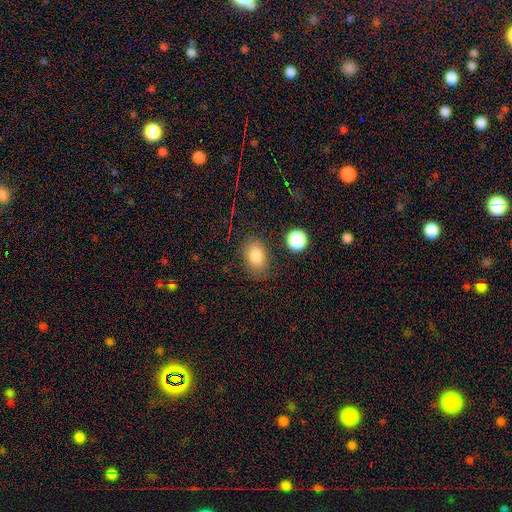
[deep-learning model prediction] smooth-or-featured: smooth: 82% | star or artifact: 10% | featured or disk: 8%
  how-rounded: in between: 72% | round: 27% | cigar-shaped: 1%
  merging: none: 77% | minor disturbance: 16% | major disturbance: 5% | merger: 3%